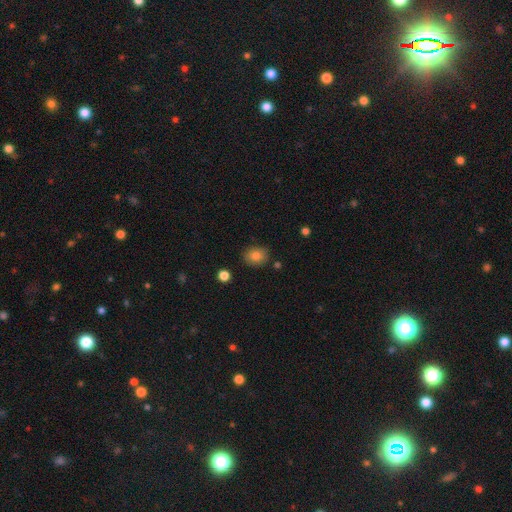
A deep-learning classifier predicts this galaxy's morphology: smooth_or_featured: smooth (p=0.82) [alt: star or artifact p=0.10]
how_rounded: round (p=0.53) [alt: in between p=0.46]
merging: none (p=0.83) [alt: minor disturbance p=0.12]